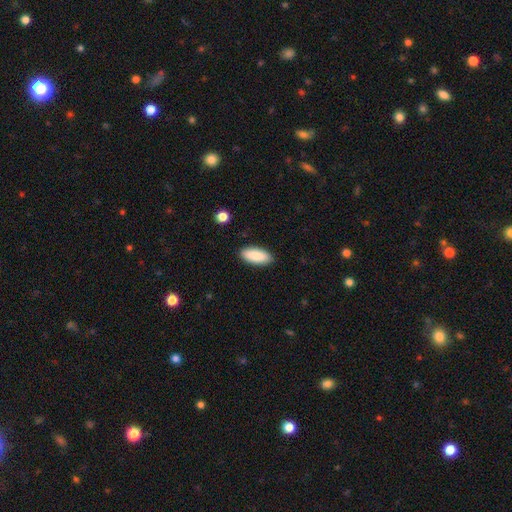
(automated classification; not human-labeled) Smooth or featured? smooth (88%)
How rounded? in between (85%)
Merging? none (89%)